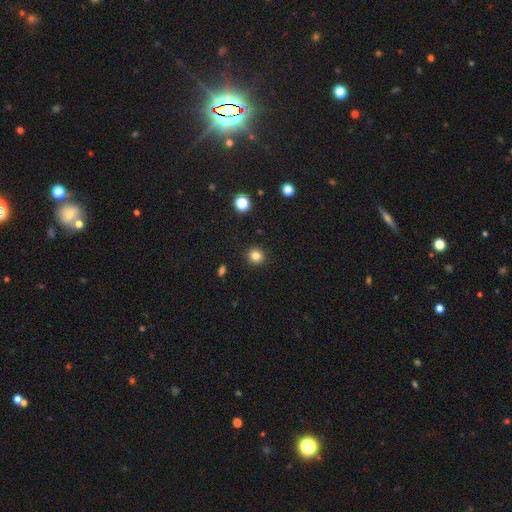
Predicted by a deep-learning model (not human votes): Overall: smooth (83%). How rounded: round (91%). Merging: none (92%).